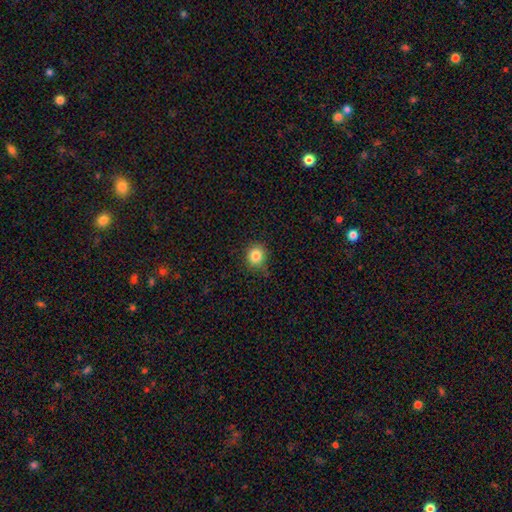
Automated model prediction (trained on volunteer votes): Smooth or featured: smooth — 83% (star or artifact — 11%)
How rounded: round — 84% (in between — 15%)
Merging: none — 80% (minor disturbance — 15%)